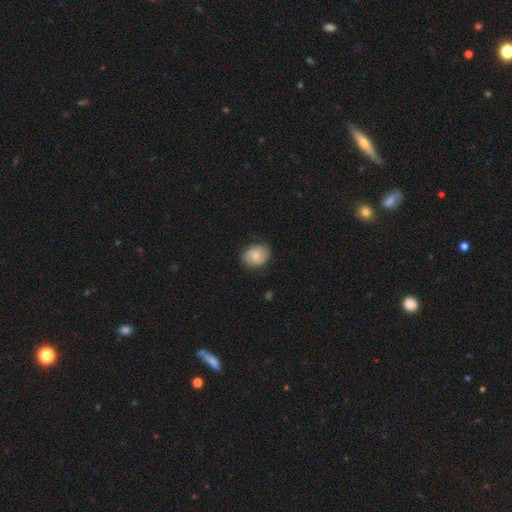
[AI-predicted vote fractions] smooth_or_featured: smooth (p=0.54) [alt: featured or disk p=0.39]
how_rounded: in between (p=0.51) [alt: round p=0.48]
merging: none (p=0.75) [alt: minor disturbance p=0.19]